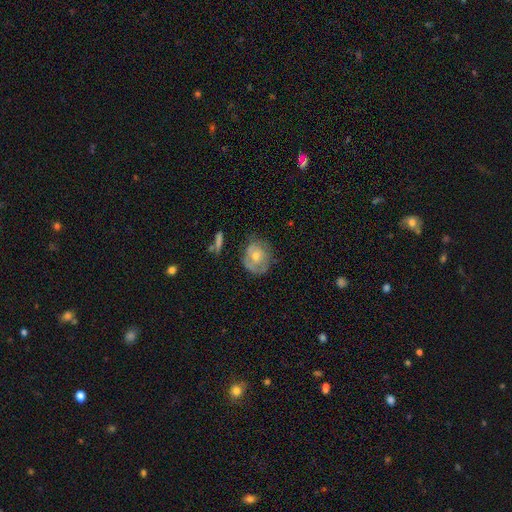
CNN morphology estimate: smooth-or-featured: featured or disk: 58% | smooth: 33% | star or artifact: 9%
  disk-edge-on: no: 96% | yes: 4%
    bar: no: 81% | weak: 15% | strong: 3%
    has-spiral-arms: yes: 63% | no: 37%
    bulge-size: moderate: 58% | small: 37% | large: 3% | none: 2% | dominant: 1%
  merging: none: 66% | minor disturbance: 22% | major disturbance: 9% | merger: 3%